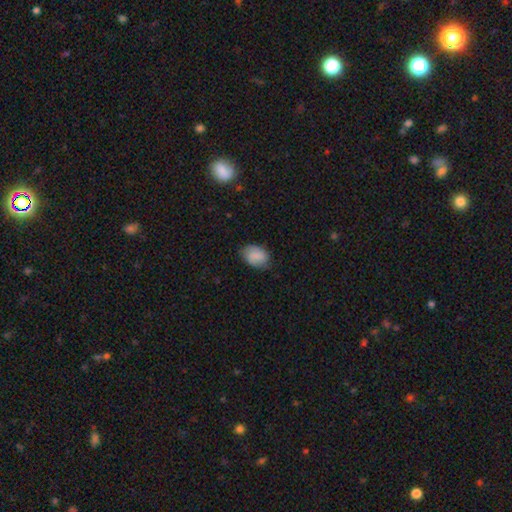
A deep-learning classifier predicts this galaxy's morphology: A smooth galaxy with no disk features (78%) that is in between round and cigar-shaped (78%).

Vote fractions:
- Smooth or featured? smooth: 78% / featured or disk: 14% / star or artifact: 8%
- How rounded? in between: 78% / round: 21% / cigar-shaped: 1%
- Merging? none: 75% / minor disturbance: 20% / major disturbance: 4% / merger: 1%